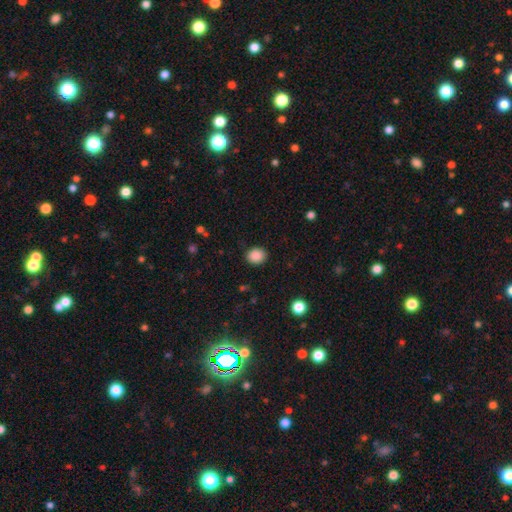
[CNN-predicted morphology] Q: Smooth or featured?
A: smooth (88%); runner-up: star or artifact (9%)
Q: How rounded?
A: round (69%); runner-up: in between (30%)
Q: Merging?
A: none (88%); runner-up: minor disturbance (8%)